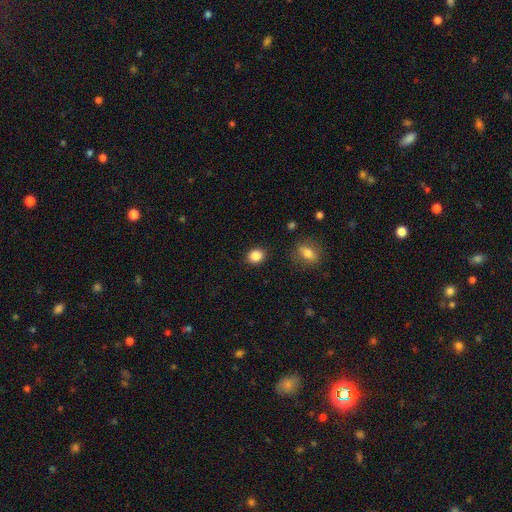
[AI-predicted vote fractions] A smooth galaxy with no disk features (87%) that is round (61%). Merging: none (87%).